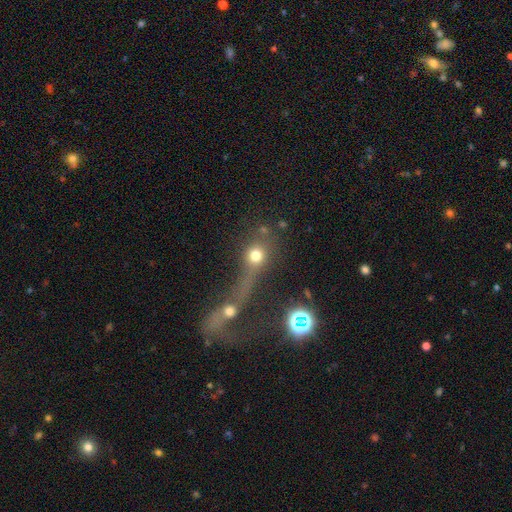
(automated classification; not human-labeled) This appears to be a smooth galaxy with no disk features (65%) that is round (76%). Merging: merger (38%).